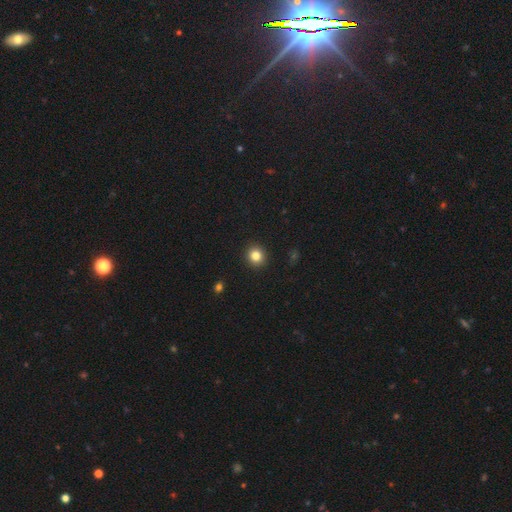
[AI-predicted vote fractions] Q: Smooth or featured?
A: smooth (83%); runner-up: star or artifact (11%)
Q: How rounded?
A: round (89%); runner-up: in between (10%)
Q: Merging?
A: none (92%); runner-up: minor disturbance (5%)